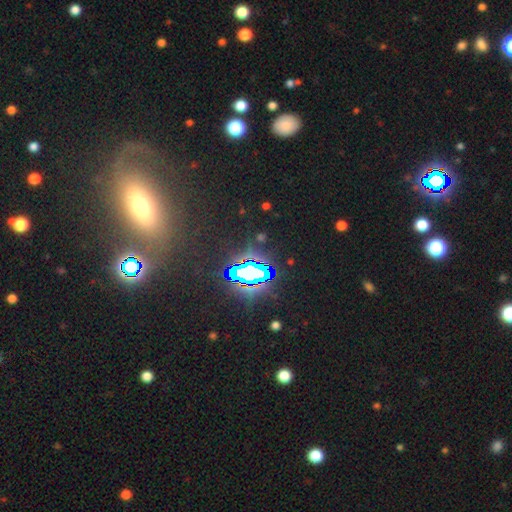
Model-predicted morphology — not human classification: A star or artifact, not a galaxy (53%).